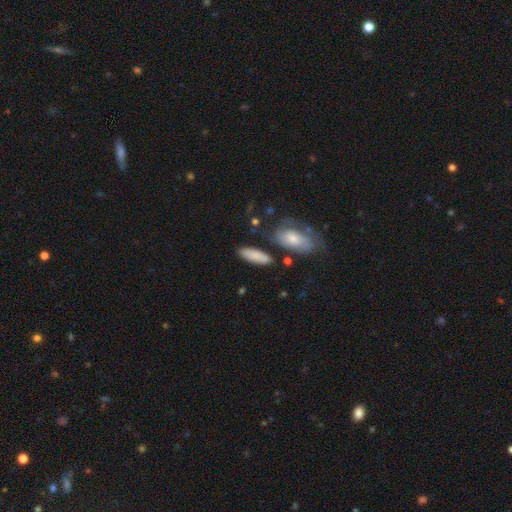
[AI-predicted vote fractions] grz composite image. It shows a smooth galaxy with no disk features (83%) that is in between round and cigar-shaped (60%). Merging: none (74%).